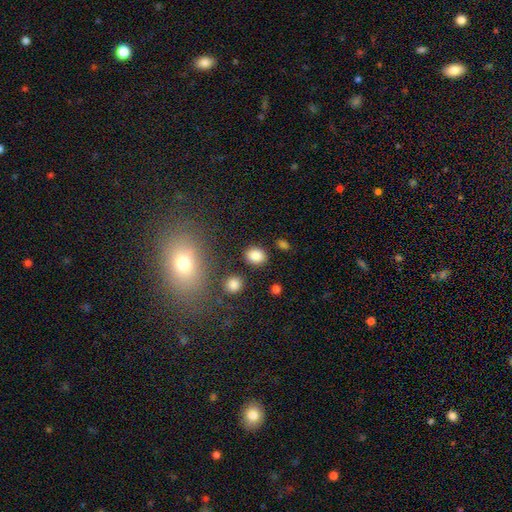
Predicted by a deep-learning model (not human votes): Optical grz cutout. It shows a smooth galaxy with no disk features (85%) that is round (51%). Merging: none (84%).